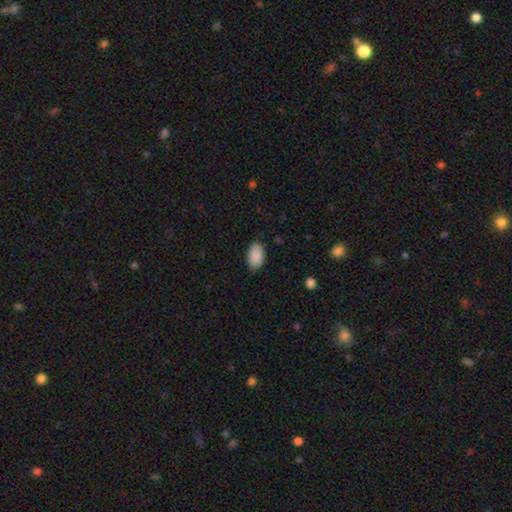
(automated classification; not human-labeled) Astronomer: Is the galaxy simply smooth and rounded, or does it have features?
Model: smooth — 90%.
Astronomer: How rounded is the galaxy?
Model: in between — 94%.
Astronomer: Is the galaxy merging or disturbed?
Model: none — 84%.